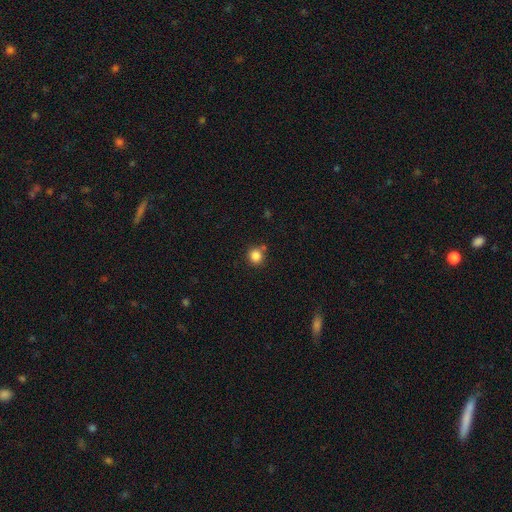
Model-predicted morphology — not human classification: Smooth or featured: smooth — 84% (star or artifact — 11%)
How rounded: round — 90% (in between — 9%)
Merging: none — 76% (minor disturbance — 11%)